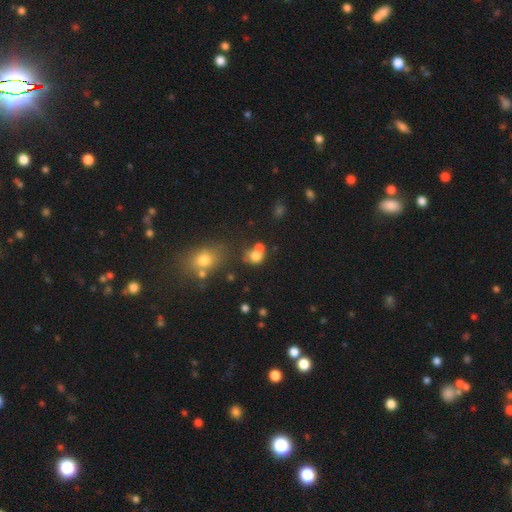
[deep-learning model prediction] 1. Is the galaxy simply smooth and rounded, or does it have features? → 74% smooth, 14% star or artifact, 12% featured or disk.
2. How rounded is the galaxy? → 70% round, 29% in between, 1% cigar-shaped.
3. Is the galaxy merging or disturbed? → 42% merger, 40% none, 11% minor disturbance, 6% major disturbance.